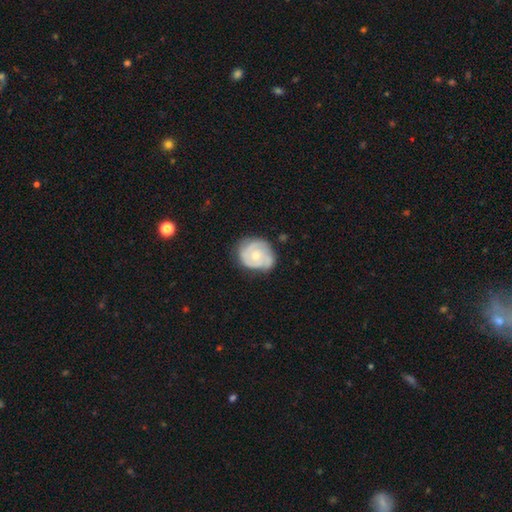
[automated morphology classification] featured or disk 71%, smooth 24%, star or artifact 5%. Down the decision tree: edge-on disk — no (98%); bar — no (76%); spiral arms — yes (88%); spiral arm count — 2 (35%); spiral winding — tight (61%); bulge size — small (48%); merging — none (64%).